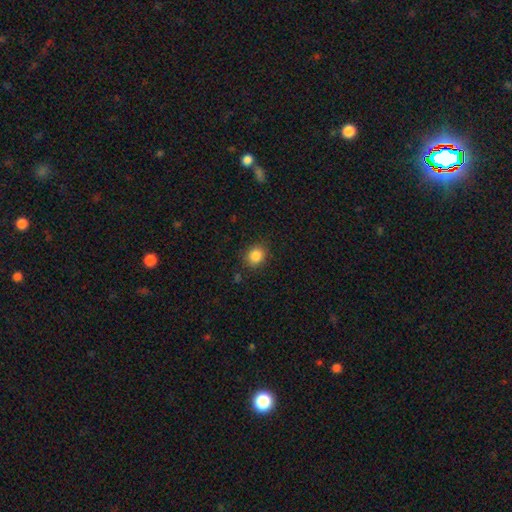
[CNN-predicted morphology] smooth-or-featured: smooth: 86% | star or artifact: 10% | featured or disk: 4%
  how-rounded: round: 67% | in between: 32% | cigar-shaped: 1%
  merging: none: 84% | minor disturbance: 11% | major disturbance: 3% | merger: 1%